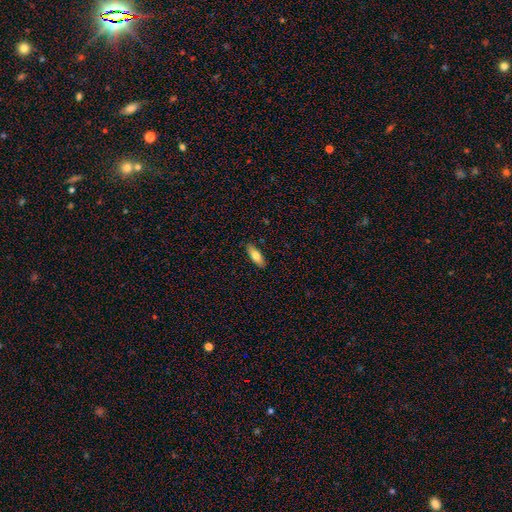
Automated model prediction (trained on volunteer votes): A smooth galaxy with no disk features (74%) that is in between round and cigar-shaped (70%). Merging: none (88%).